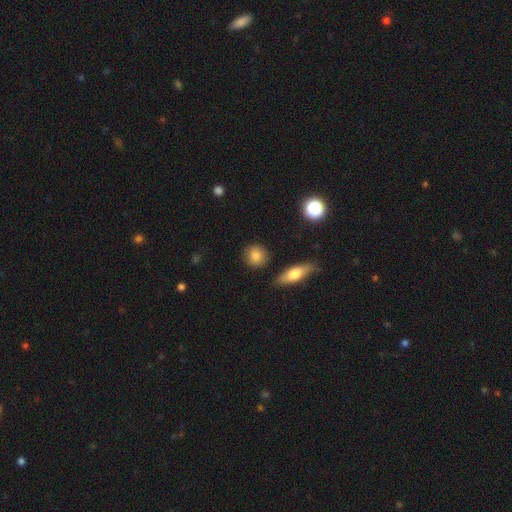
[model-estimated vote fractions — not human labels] smooth_or_featured: smooth (p=0.84) [alt: featured or disk p=0.09]
how_rounded: round (p=0.86) [alt: in between p=0.11]
merging: none (p=0.88) [alt: minor disturbance p=0.07]